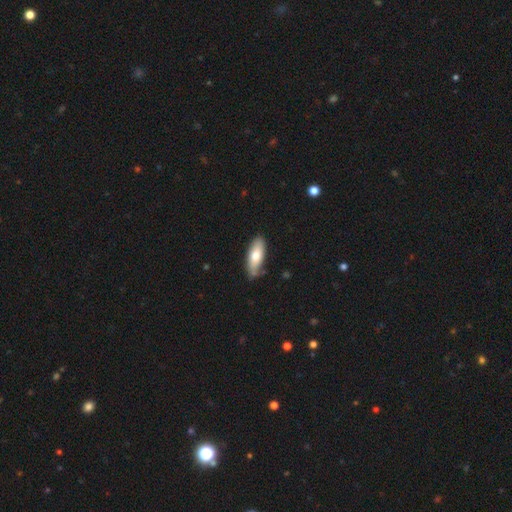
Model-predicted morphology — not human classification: A smooth galaxy with no disk features (71%) that is in between round and cigar-shaped (71%). Merging: none (77%).